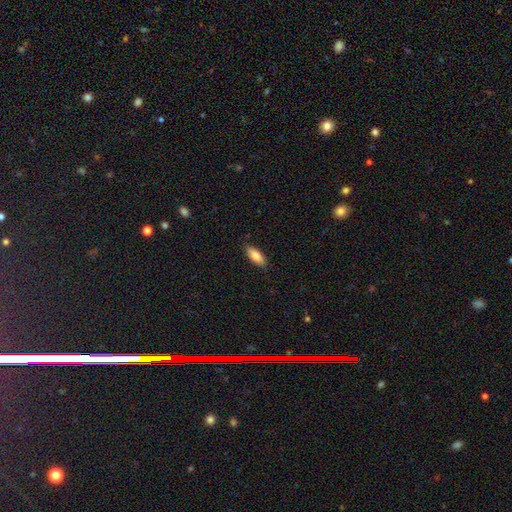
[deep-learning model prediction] This appears to be a smooth galaxy with no disk features (85%) that is in between round and cigar-shaped (75%). Merging: none (86%).